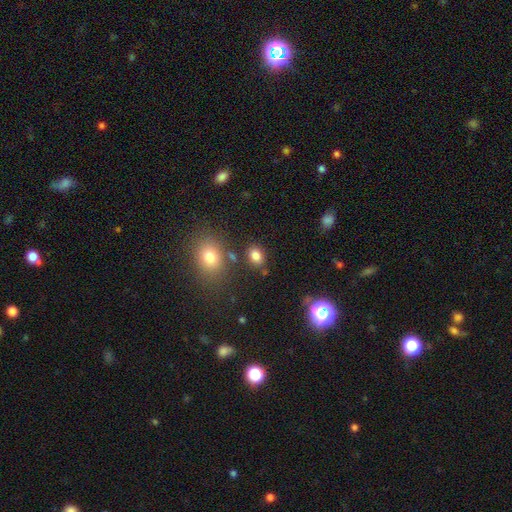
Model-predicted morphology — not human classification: smooth 81%, star or artifact 13%, featured or disk 7%. Down the decision tree: how rounded — in between (63%); merging — none (78%).